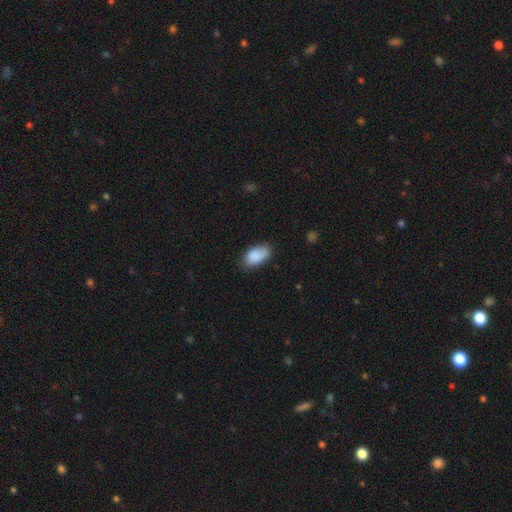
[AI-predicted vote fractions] smooth 86%, star or artifact 7%, featured or disk 7%. Down the decision tree: how rounded — in between (93%); merging — none (69%).